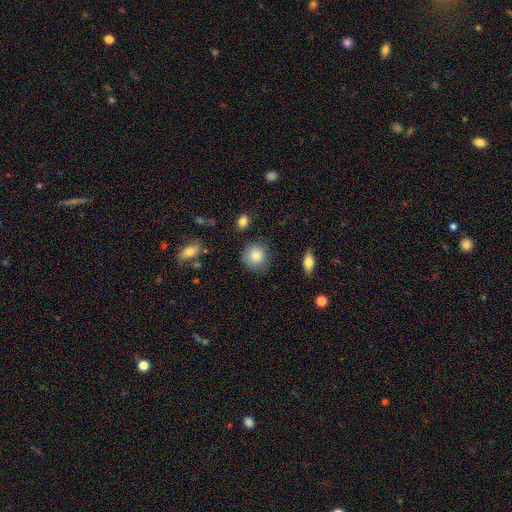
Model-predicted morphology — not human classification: smooth_or_featured: smooth (p=0.84) [alt: star or artifact p=0.08]
how_rounded: round (p=0.86) [alt: in between p=0.13]
merging: none (p=0.75) [alt: minor disturbance p=0.18]